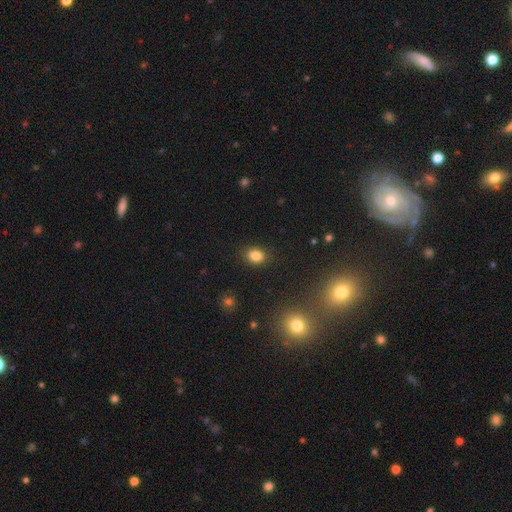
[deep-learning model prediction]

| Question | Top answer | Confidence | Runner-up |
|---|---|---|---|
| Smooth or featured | smooth | 84% | star or artifact (11%) |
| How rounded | in between | 61% | round (38%) |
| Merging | none | 86% | minor disturbance (10%) |